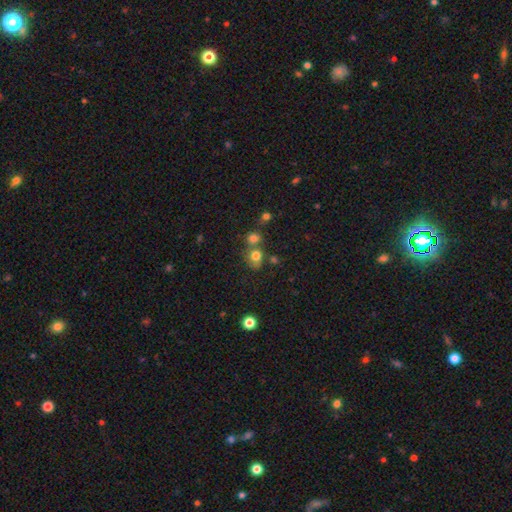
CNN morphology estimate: This is likely a smooth galaxy (77%). How rounded: likely round (64%). Merging: possibly none (49%).